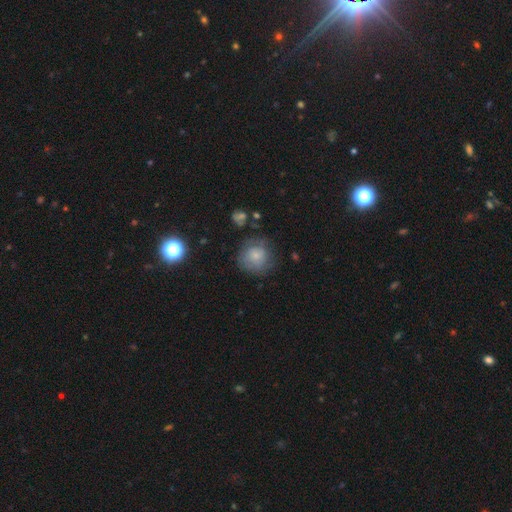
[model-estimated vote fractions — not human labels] smooth 68%, featured or disk 23%, star or artifact 9%. Down the decision tree: how rounded — round (89%); merging — none (66%).